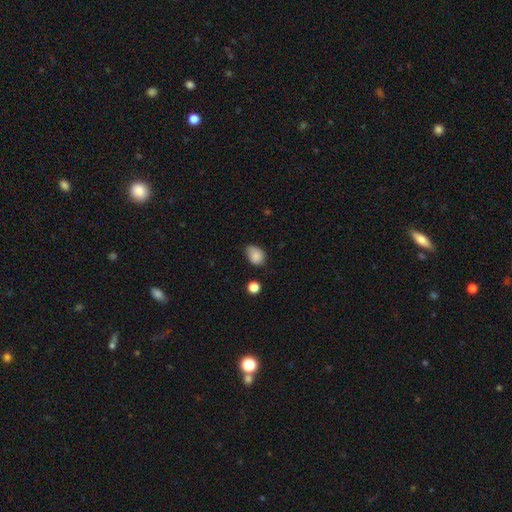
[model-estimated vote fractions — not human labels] Q: Smooth or featured?
A: smooth (84%); runner-up: star or artifact (9%)
Q: How rounded?
A: in between (65%); runner-up: round (34%)
Q: Merging?
A: none (53%); runner-up: minor disturbance (37%)